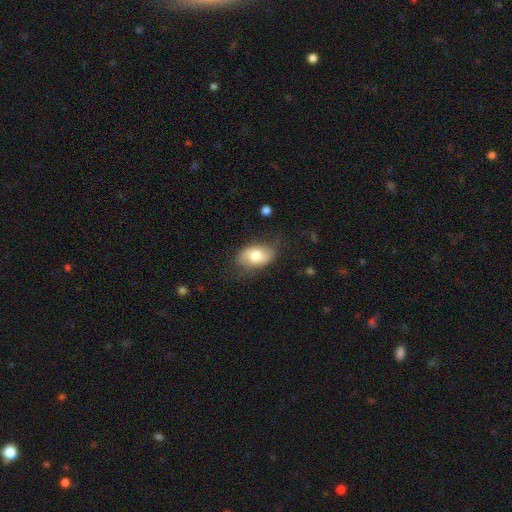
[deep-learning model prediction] smooth-or-featured: smooth: 73% | featured or disk: 20% | star or artifact: 6%
  how-rounded: in between: 91% | round: 8% | cigar-shaped: 2%
  merging: none: 70% | minor disturbance: 22% | major disturbance: 7% | merger: 1%